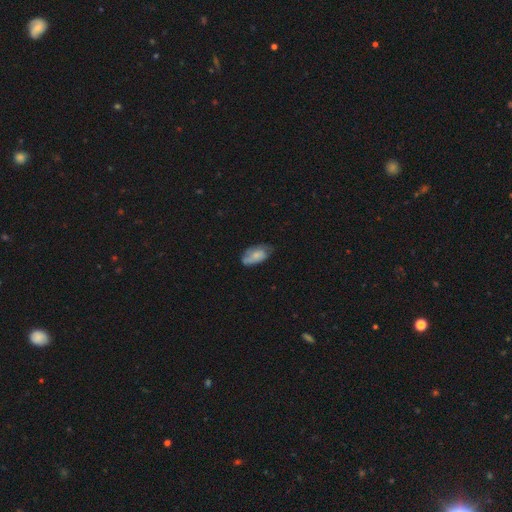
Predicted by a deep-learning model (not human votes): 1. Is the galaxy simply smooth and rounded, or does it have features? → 66% smooth, 27% featured or disk, 8% star or artifact.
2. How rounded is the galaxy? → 92% in between, 4% cigar-shaped, 4% round.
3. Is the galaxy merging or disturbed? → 53% none, 34% minor disturbance, 10% major disturbance, 3% merger.